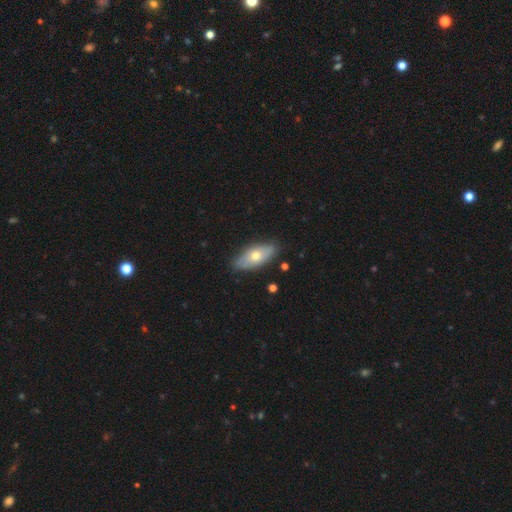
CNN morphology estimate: smooth-or-featured: smooth: 61% | featured or disk: 33% | star or artifact: 6%
  how-rounded: in between: 82% | cigar-shaped: 15% | round: 4%
  merging: none: 84% | minor disturbance: 12% | major disturbance: 2% | merger: 1%